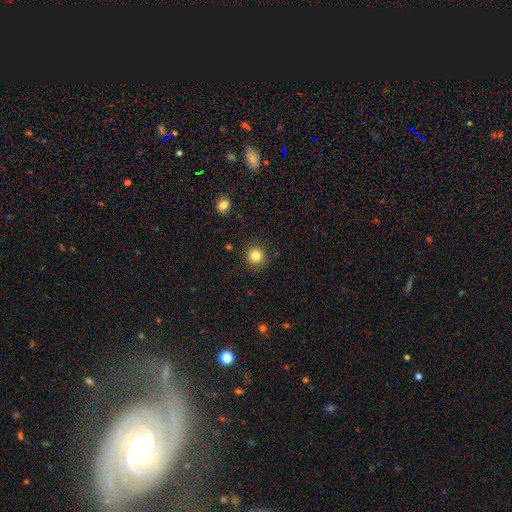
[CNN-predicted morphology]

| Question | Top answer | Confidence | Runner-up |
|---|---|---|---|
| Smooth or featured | smooth | 83% | star or artifact (12%) |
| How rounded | round | 93% | in between (6%) |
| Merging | none | 90% | minor disturbance (7%) |